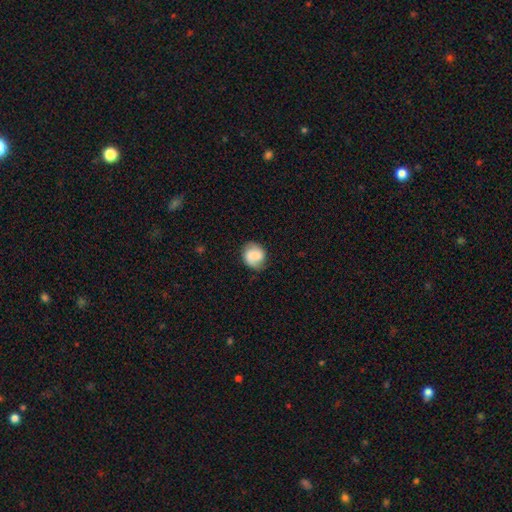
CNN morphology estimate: smooth 62%, featured or disk 29%, star or artifact 9%. Down the decision tree: how rounded — round (72%); merging — none (71%).